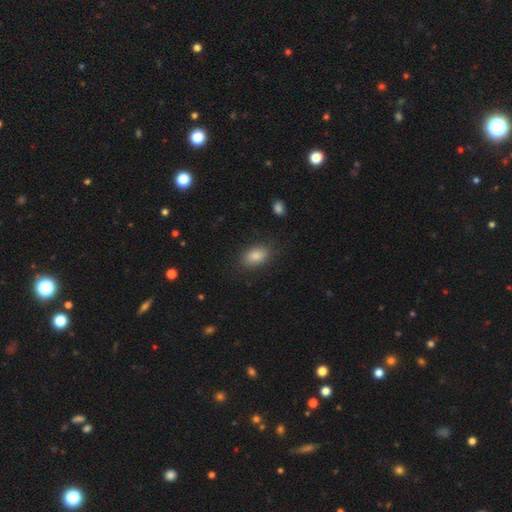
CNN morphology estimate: smooth_or_featured: smooth (p=0.83) [alt: star or artifact p=0.10]
how_rounded: in between (p=0.87) [alt: round p=0.11]
merging: none (p=0.84) [alt: minor disturbance p=0.11]